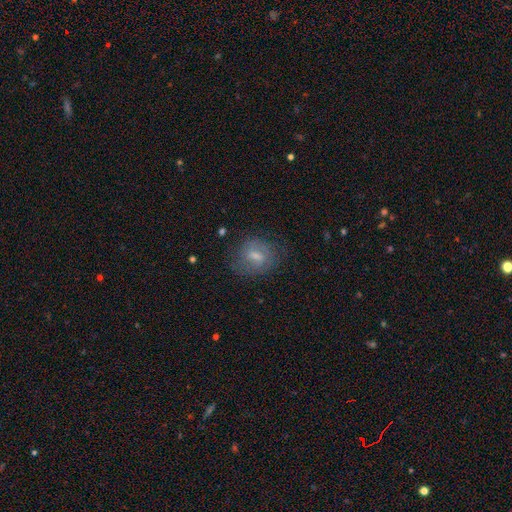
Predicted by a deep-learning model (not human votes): Q: Smooth or featured?
A: featured or disk (49%); runner-up: smooth (42%)
Q: Merging?
A: none (70%); runner-up: minor disturbance (19%)